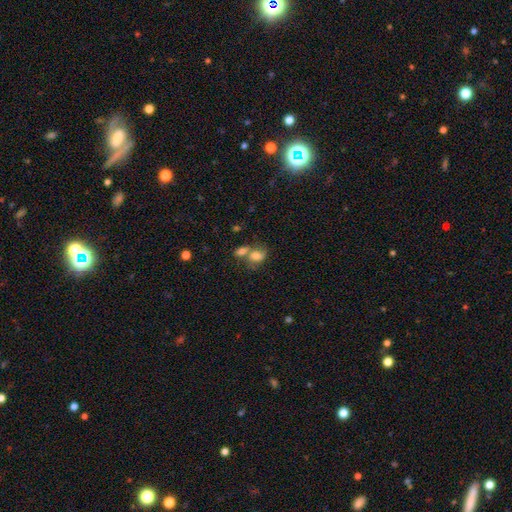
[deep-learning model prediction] Smooth or featured: smooth — 66% (featured or disk — 23%)
How rounded: in between — 61% (round — 37%)
Merging: merger — 51% (none — 28%)